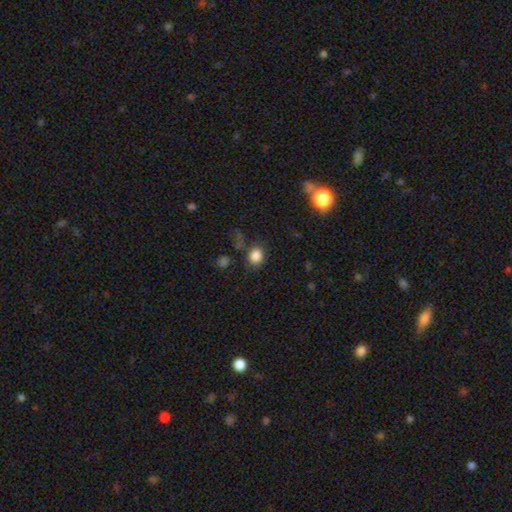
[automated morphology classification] This is clearly a smooth galaxy (84%). How rounded: possibly round (58%). Merging: likely none (77%).